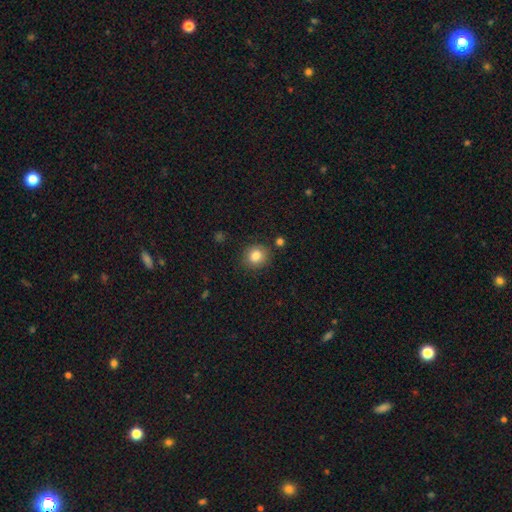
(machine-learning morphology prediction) Smooth or featured? smooth (85%)
How rounded? round (82%)
Merging? none (83%)